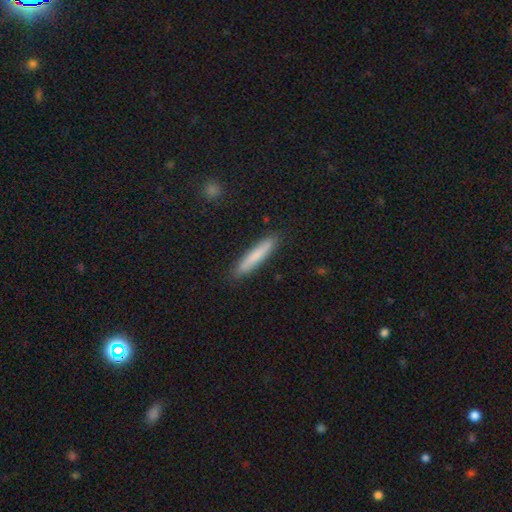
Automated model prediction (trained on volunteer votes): smooth_or_featured: smooth (p=0.77) [alt: featured or disk p=0.17]
how_rounded: cigar-shaped (p=0.93) [alt: in between p=0.06]
merging: none (p=0.89) [alt: minor disturbance p=0.08]